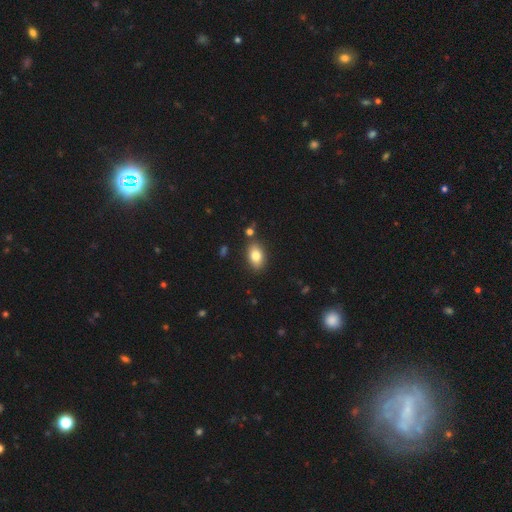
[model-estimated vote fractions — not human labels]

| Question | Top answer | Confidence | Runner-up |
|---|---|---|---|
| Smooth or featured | smooth | 82% | featured or disk (10%) |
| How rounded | in between | 89% | round (9%) |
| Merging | none | 84% | minor disturbance (10%) |